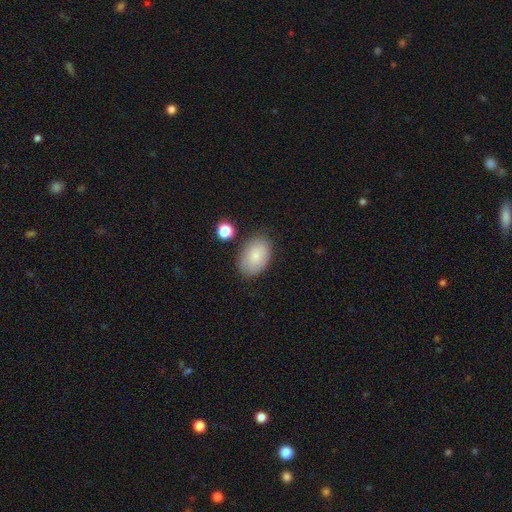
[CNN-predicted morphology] A smooth galaxy with no disk features (85%) that is in between round and cigar-shaped (89%).

Vote fractions:
- Smooth or featured? smooth: 85% / featured or disk: 8% / star or artifact: 7%
- How rounded? in between: 89% / round: 10% / cigar-shaped: 1%
- Merging? none: 80% / minor disturbance: 14% / major disturbance: 3% / merger: 3%